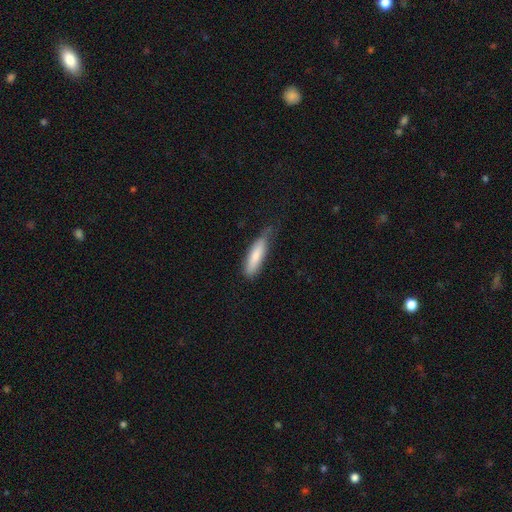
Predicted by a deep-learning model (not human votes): Smooth or featured? Predicted: smooth (p=0.80). How rounded? Predicted: cigar-shaped (p=0.66). Merging? Predicted: none (p=0.55).